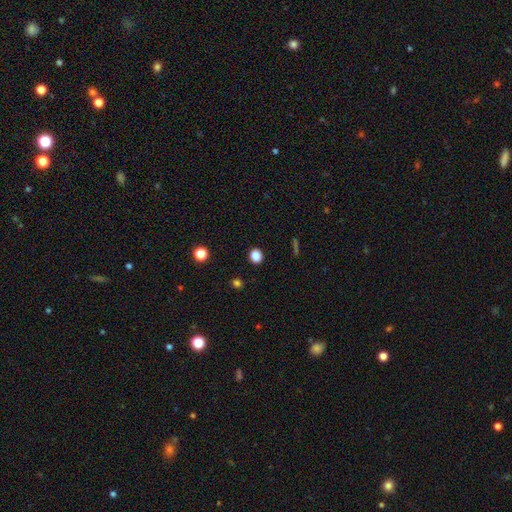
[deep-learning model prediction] Morphology: type=smooth (85%); roundness=round (82%); merging=none (91%).